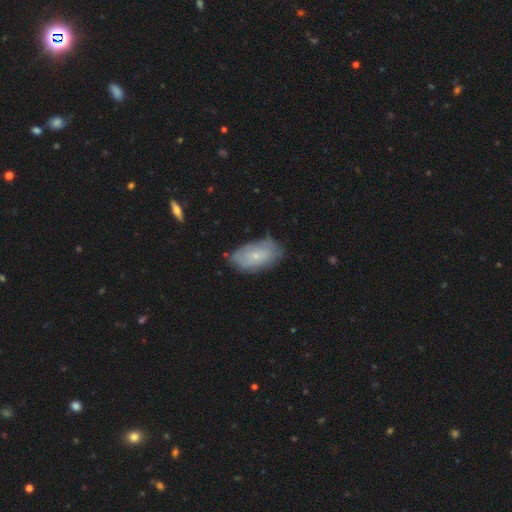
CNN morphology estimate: Overall: smooth (58%; featured or disk 35%). How rounded: in between (92%). Merging: none (67%).